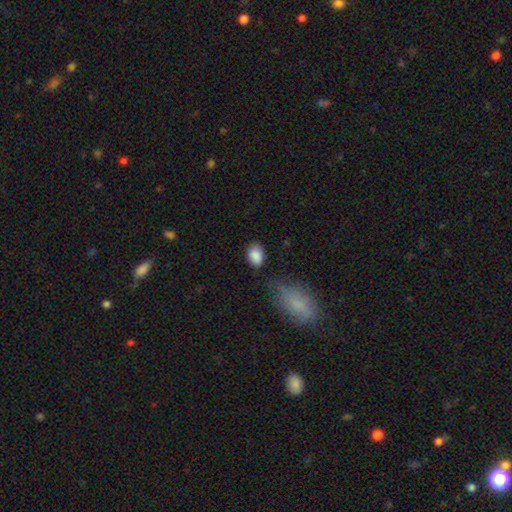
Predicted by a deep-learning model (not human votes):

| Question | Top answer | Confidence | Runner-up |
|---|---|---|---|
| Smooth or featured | smooth | 88% | star or artifact (8%) |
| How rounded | in between | 79% | round (20%) |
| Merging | none | 76% | minor disturbance (17%) |